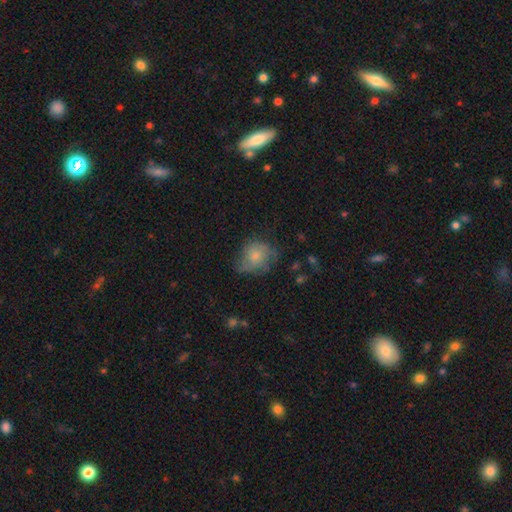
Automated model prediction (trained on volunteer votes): smooth-or-featured: smooth: 65% | featured or disk: 27% | star or artifact: 9%
  how-rounded: round: 55% | in between: 44% | cigar-shaped: 1%
  merging: none: 43% | minor disturbance: 35% | major disturbance: 20% | merger: 2%